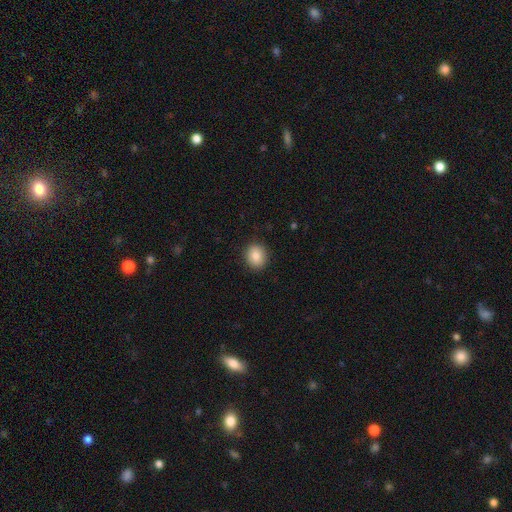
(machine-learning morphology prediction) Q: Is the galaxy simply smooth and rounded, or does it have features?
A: smooth — 84%.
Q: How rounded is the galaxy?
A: round — 74%.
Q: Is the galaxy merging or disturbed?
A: none — 90%.